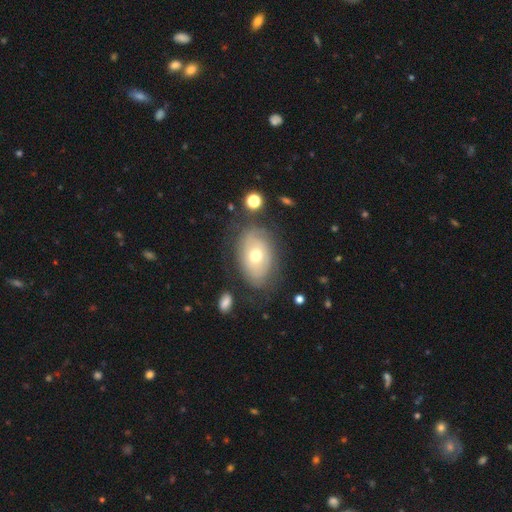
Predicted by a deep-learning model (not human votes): Q: Smooth or featured?
A: featured or disk (50%); runner-up: smooth (42%)
Q: Merging?
A: none (69%); runner-up: minor disturbance (19%)